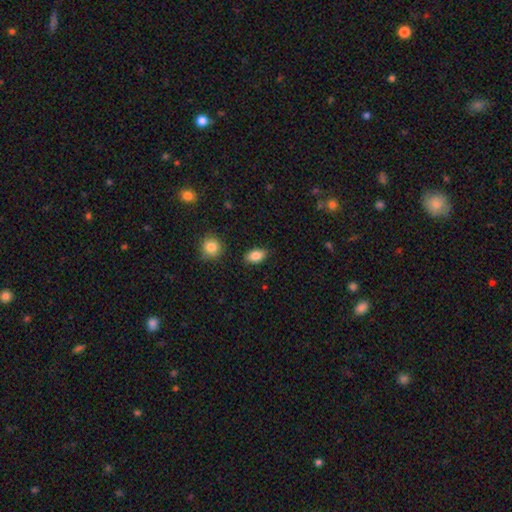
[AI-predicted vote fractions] smooth_or_featured: smooth (p=0.84) [alt: star or artifact p=0.08]
how_rounded: in between (p=0.87) [alt: round p=0.10]
merging: none (p=0.84) [alt: minor disturbance p=0.12]